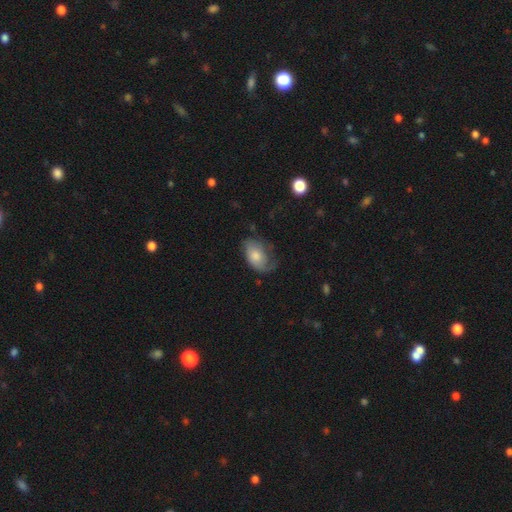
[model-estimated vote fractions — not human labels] Overall: smooth (64%; featured or disk 29%). How rounded: in between (88%). Merging: none (44%; minor disturbance 33%).